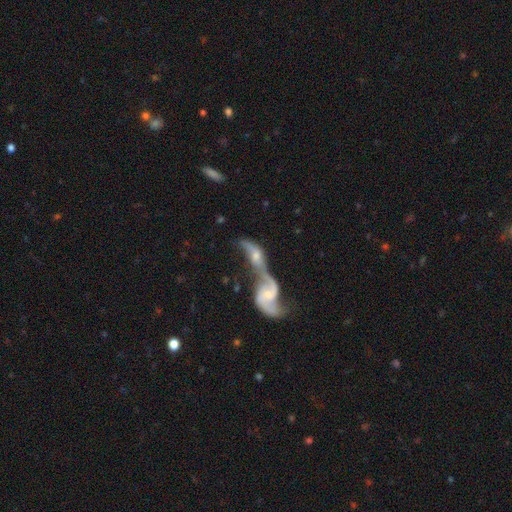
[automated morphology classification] A featured or disk galaxy (67%) with no bar (57%), spiral arms (74%) and a moderate central bulge (40%).

Vote fractions:
- Smooth or featured? featured or disk: 67% / smooth: 26% / star or artifact: 7%
- Edge-on disk? no: 86% / yes: 14%
- Bar? no: 57% / weak: 33% / strong: 9%
- Spiral arms? yes: 74% / no: 26%
- Bulge size? moderate: 40% / small: 39% / none: 13% / large: 6% / dominant: 2%
- Merging? merger: 79% / none: 9% / major disturbance: 7% / minor disturbance: 4%